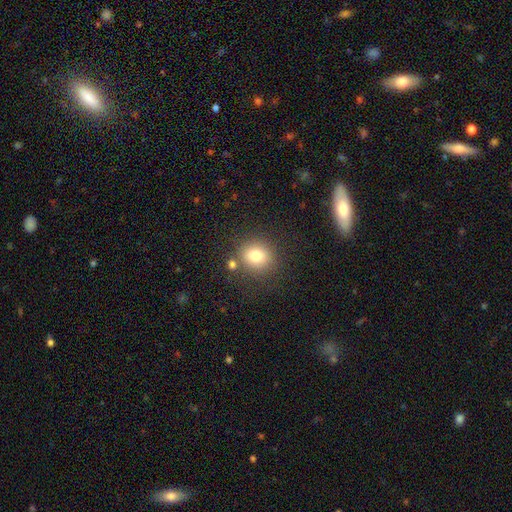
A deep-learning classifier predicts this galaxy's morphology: smooth 79%, star or artifact 12%, featured or disk 9%. Down the decision tree: how rounded — round (82%); merging — none (79%).